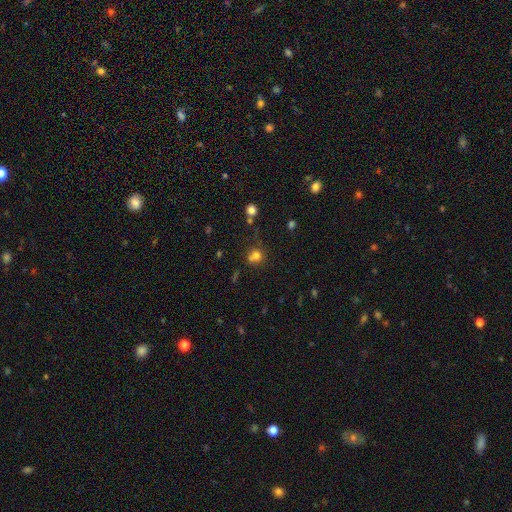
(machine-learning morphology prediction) Smooth or featured? Predicted: smooth (p=0.72). How rounded? Predicted: round (p=0.78). Merging? Predicted: none (p=0.50).